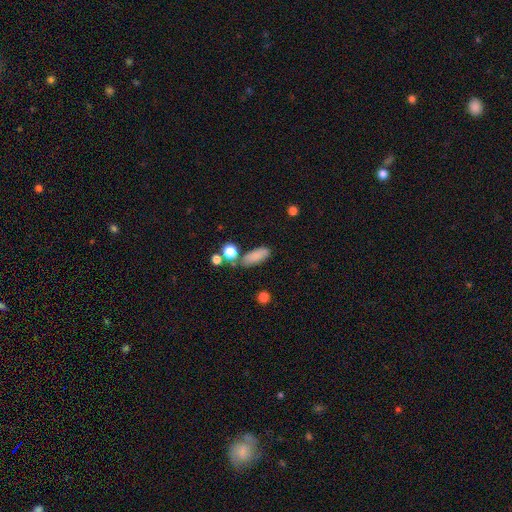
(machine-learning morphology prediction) smooth 83%, star or artifact 9%, featured or disk 7%. Down the decision tree: how rounded — in between (69%); merging — none (69%).